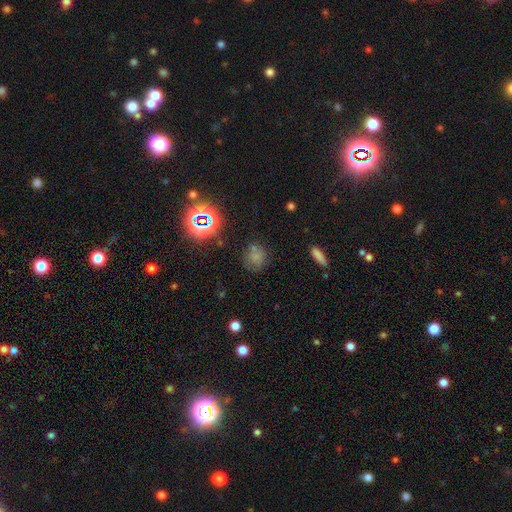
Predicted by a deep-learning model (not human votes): Smooth or featured: smooth — 62% (star or artifact — 27%)
How rounded: round — 75% (in between — 23%)
Merging: none — 65% (minor disturbance — 18%)